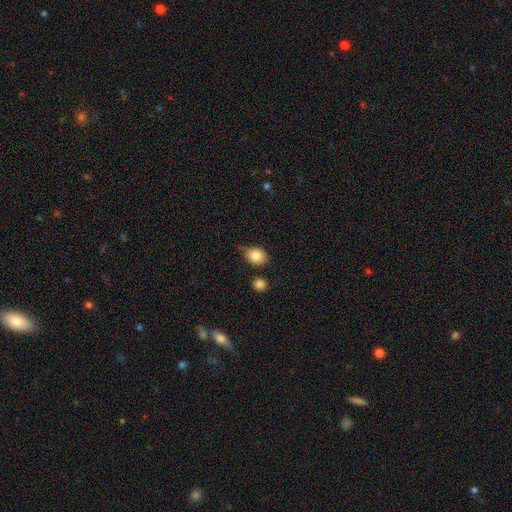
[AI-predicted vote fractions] smooth-or-featured: smooth: 84% | star or artifact: 9% | featured or disk: 7%
  how-rounded: round: 50% | in between: 49% | cigar-shaped: 1%
  merging: none: 60% | minor disturbance: 27% | major disturbance: 6% | merger: 6%